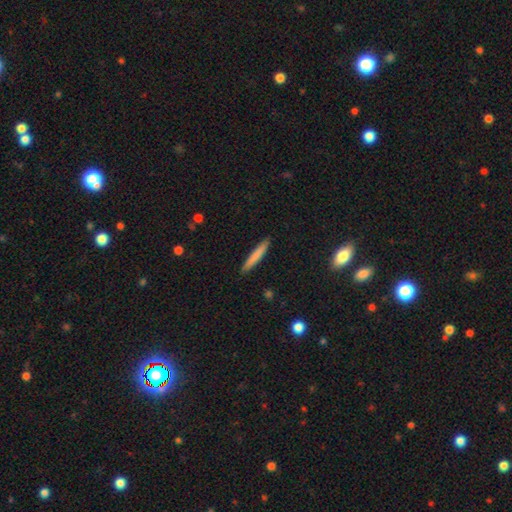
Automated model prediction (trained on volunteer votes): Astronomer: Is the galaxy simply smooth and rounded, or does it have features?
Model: smooth — 77%.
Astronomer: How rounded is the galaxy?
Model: cigar-shaped — 95%.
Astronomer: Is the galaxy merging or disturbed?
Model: none — 91%.